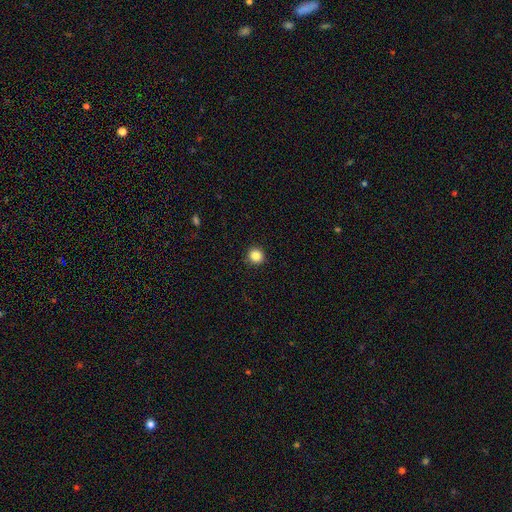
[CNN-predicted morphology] This appears to be a smooth galaxy with no disk features (86%) that is round (92%). Merging: none (92%).